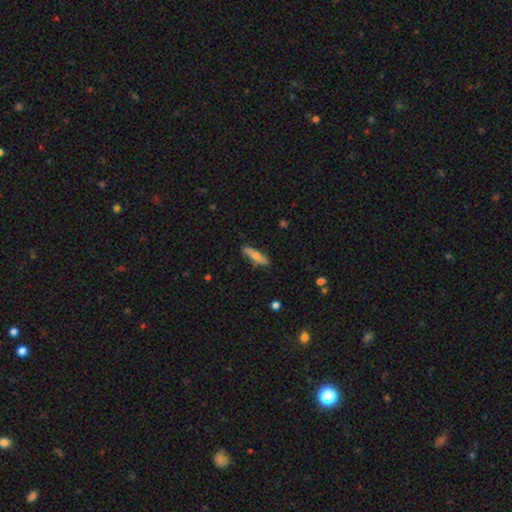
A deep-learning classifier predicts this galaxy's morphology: smooth 59%, featured or disk 35%, star or artifact 6%. Down the decision tree: how rounded — cigar-shaped (78%); merging — none (82%).